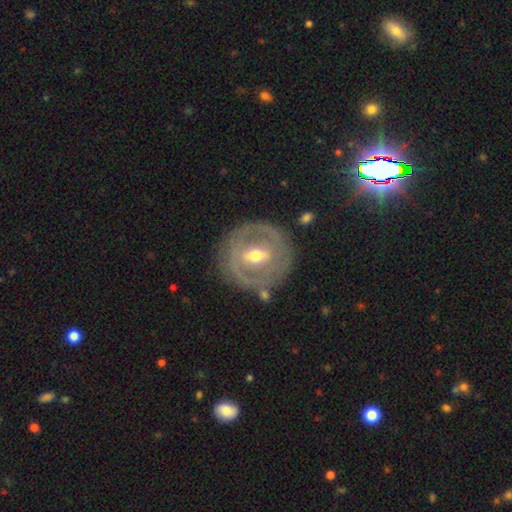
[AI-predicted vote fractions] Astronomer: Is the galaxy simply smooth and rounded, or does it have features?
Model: featured or disk — 73%.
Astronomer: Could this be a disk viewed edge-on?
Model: no — 93%.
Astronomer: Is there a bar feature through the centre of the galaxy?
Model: weak — 44% (runner-up: strong, 36%).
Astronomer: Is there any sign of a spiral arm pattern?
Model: no — 50%, tied with yes at 50%.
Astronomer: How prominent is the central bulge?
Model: moderate — 68%.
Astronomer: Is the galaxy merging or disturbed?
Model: none — 77%.